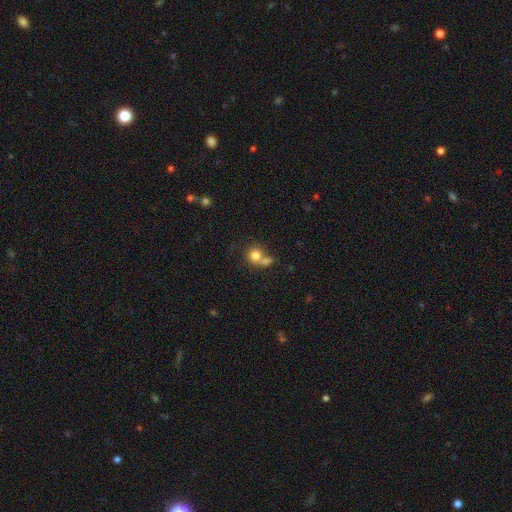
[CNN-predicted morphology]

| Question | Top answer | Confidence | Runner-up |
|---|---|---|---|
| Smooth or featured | smooth | 78% | featured or disk (11%) |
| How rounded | round | 84% | in between (15%) |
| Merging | merger | 48% | none (37%) |